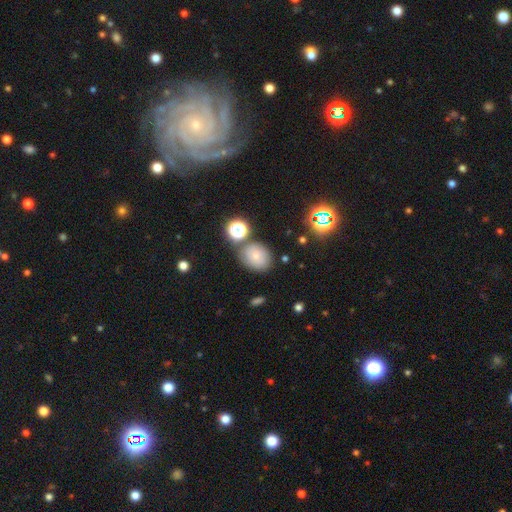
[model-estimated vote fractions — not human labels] Q: Smooth or featured?
A: smooth (68%); runner-up: star or artifact (17%)
Q: How rounded?
A: round (58%); runner-up: in between (40%)
Q: Merging?
A: none (71%); runner-up: minor disturbance (15%)